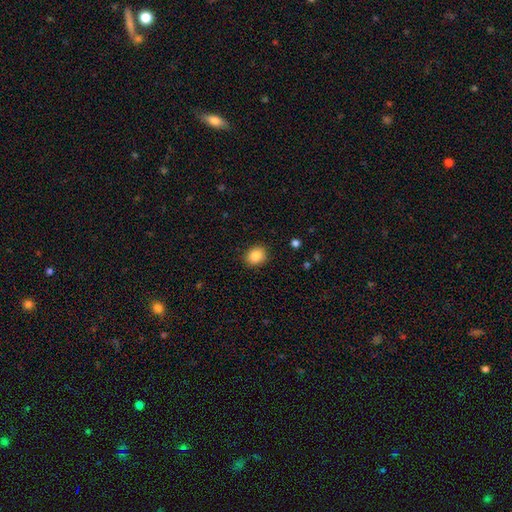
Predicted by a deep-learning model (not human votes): Smooth or featured? smooth (86%)
How rounded? round (64%)
Merging? none (89%)